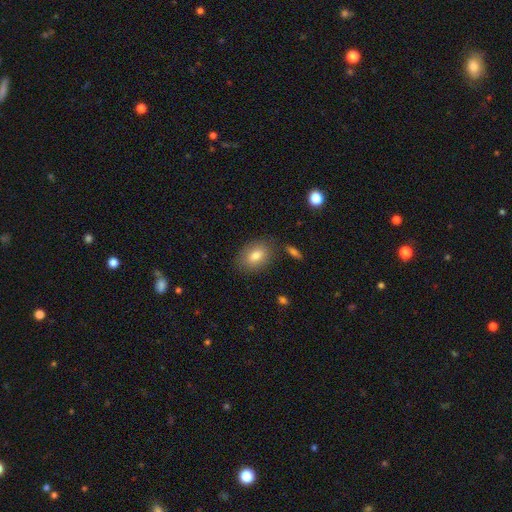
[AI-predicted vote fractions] Q: Smooth or featured?
A: smooth (80%); runner-up: featured or disk (12%)
Q: How rounded?
A: in between (84%); runner-up: round (15%)
Q: Merging?
A: none (80%); runner-up: minor disturbance (13%)